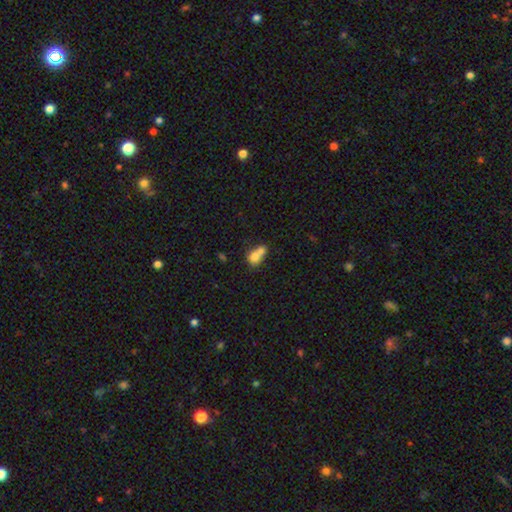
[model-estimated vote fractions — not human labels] smooth_or_featured: smooth (p=0.73) [alt: featured or disk p=0.17]
how_rounded: in between (p=0.49) [tied with: round p=0.49]
merging: merger (p=0.68) [alt: none p=0.21]